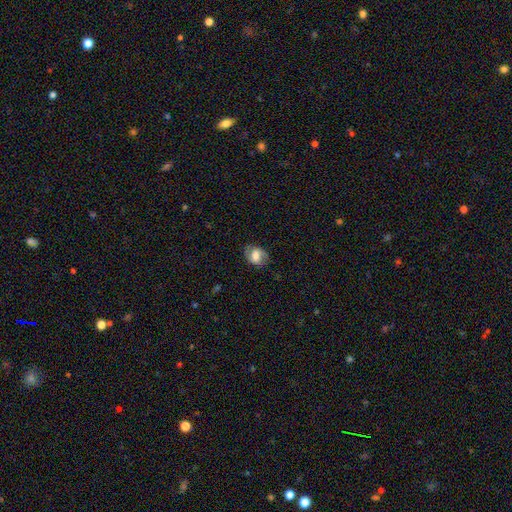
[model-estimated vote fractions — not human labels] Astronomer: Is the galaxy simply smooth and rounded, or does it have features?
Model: smooth — 57% (runner-up: featured or disk, 34%).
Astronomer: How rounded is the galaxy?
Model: in between — 69%.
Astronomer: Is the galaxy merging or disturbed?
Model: none — 76%.